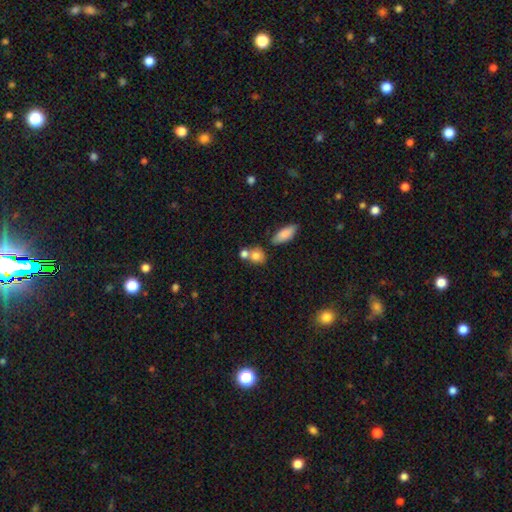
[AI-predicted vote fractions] smooth-or-featured: smooth: 79% | featured or disk: 11% | star or artifact: 10%
  how-rounded: round: 61% | in between: 36% | cigar-shaped: 3%
  merging: none: 45% | merger: 41% | minor disturbance: 11% | major disturbance: 4%